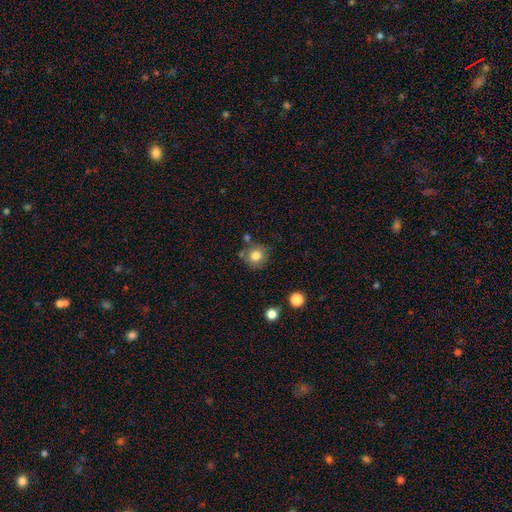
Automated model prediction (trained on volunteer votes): The model was most divided on "merging": none: 75%, minor disturbance: 13%, merger: 8%, major disturbance: 4%. More confident: how rounded — round (89%); smooth or featured — smooth (80%).